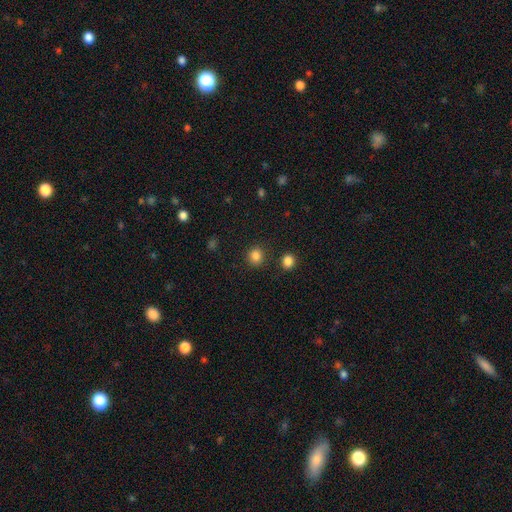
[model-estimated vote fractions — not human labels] smooth 84%, star or artifact 12%, featured or disk 4%. Down the decision tree: how rounded — round (85%); merging — none (87%).